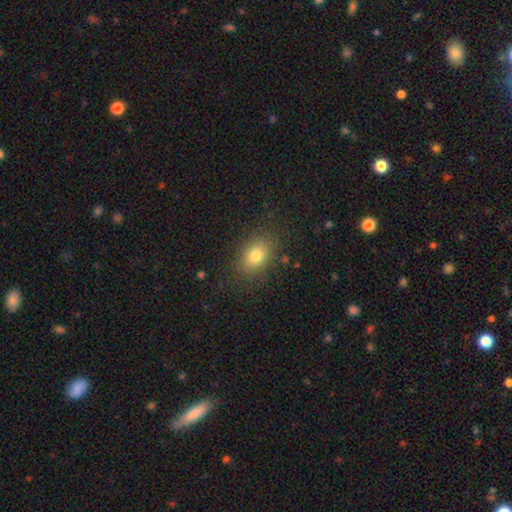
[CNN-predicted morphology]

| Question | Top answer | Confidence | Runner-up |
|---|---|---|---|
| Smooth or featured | smooth | 79% | star or artifact (11%) |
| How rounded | in between | 73% | round (25%) |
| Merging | none | 83% | minor disturbance (11%) |